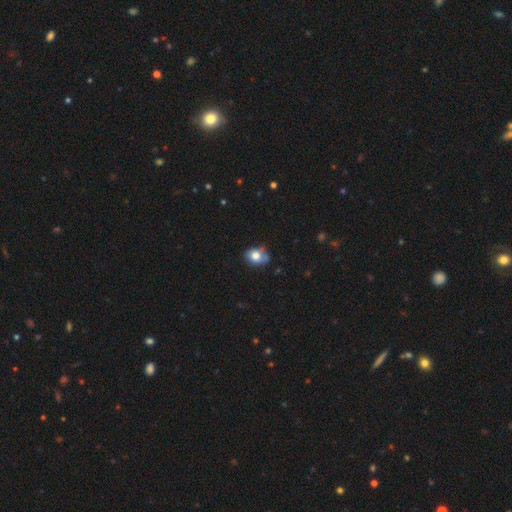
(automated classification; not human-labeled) Smooth or featured? smooth (77%)
How rounded? in between (59%)
Merging? none (61%)